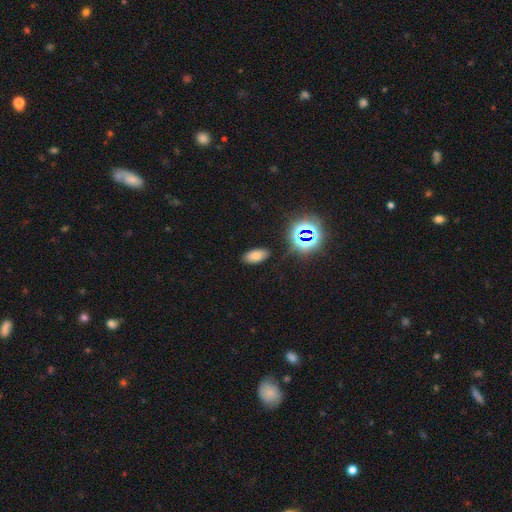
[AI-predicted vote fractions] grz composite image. It shows a smooth galaxy with no disk features (71%) that is in between round and cigar-shaped (92%). Merging: none (86%).